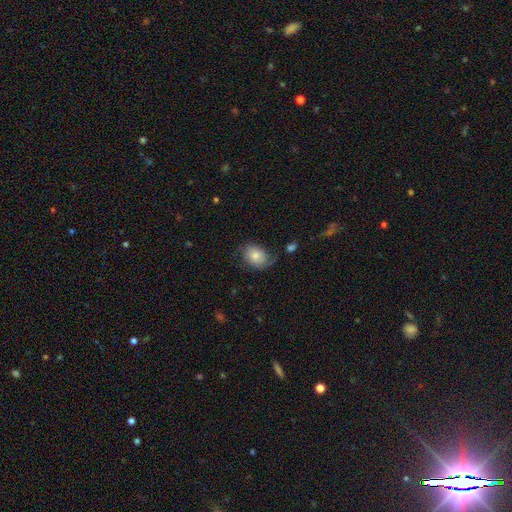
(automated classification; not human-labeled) smooth-or-featured: smooth: 65% | featured or disk: 27% | star or artifact: 9%
  how-rounded: in between: 63% | round: 36% | cigar-shaped: 1%
  merging: none: 56% | minor disturbance: 27% | major disturbance: 15% | merger: 3%